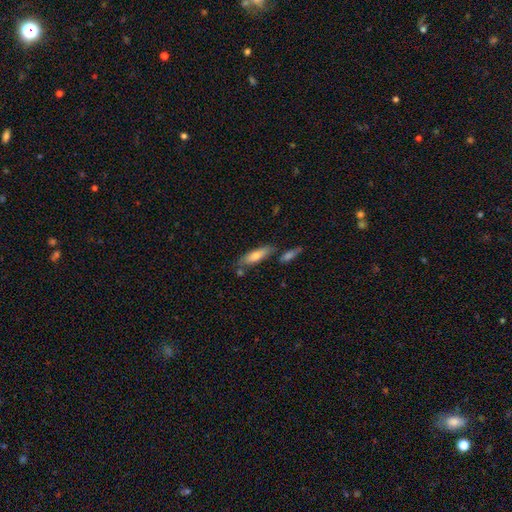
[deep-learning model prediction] Morphology: type=smooth (70%); roundness=cigar-shaped (55%); merging=none (69%).